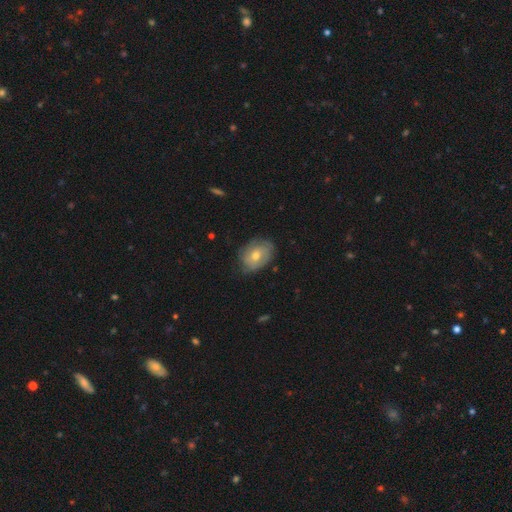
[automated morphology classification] type=featured or disk (56%); edge-on=no (95%); bar=no (68%); spiral arms=yes (77%); bulge=moderate (67%); merging=none (72%).